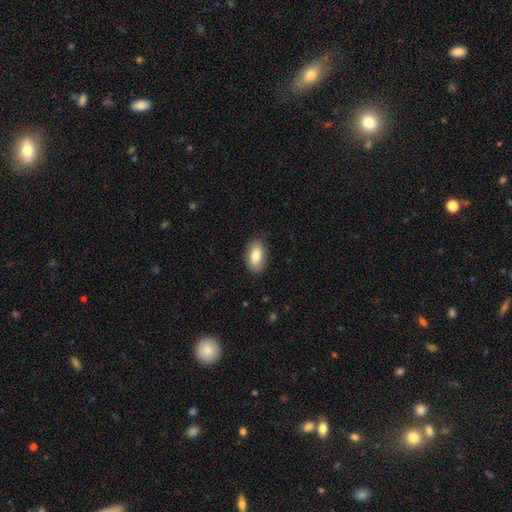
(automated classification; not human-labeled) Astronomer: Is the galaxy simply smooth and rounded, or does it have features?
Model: smooth — 81%.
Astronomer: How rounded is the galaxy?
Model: in between — 92%.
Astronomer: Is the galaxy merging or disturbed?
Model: none — 87%.